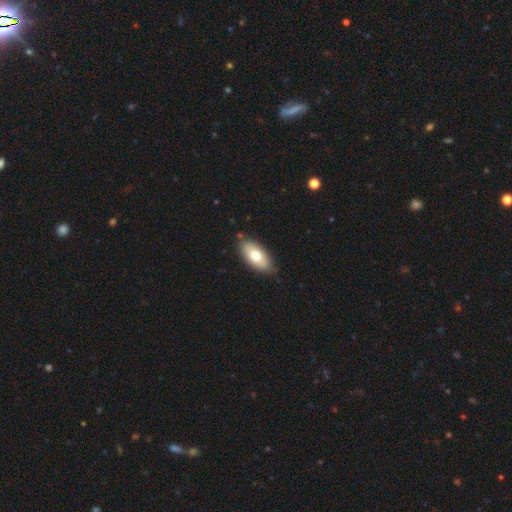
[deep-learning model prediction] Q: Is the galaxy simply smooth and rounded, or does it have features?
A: smooth — 68%.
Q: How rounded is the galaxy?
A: in between — 90%.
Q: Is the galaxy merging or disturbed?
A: none — 82%.